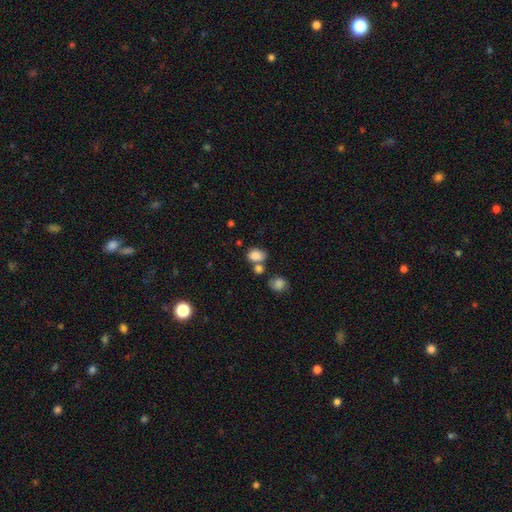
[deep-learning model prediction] A smooth galaxy with no disk features (84%) that is in between round and cigar-shaped (67%). Merging: none (48%).